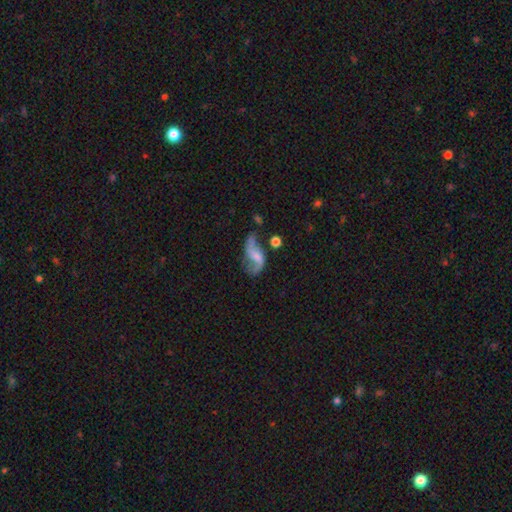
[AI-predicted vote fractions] smooth-or-featured: featured or disk: 74% | smooth: 18% | star or artifact: 8%
  disk-edge-on: no: 96% | yes: 4%
    bar: weak: 45% | no: 38% | strong: 17%
    has-spiral-arms: yes: 88% | no: 12%
      spiral-winding: loose: 81% | medium: 16% | tight: 4%
      spiral-arm-count: 2: 87% | 1: 6% | can't tell: 4% | 3: 1% | 4: 1% | more than 4: 1%
    bulge-size: small: 40% | none: 27% | moderate: 27% | large: 4% | dominant: 1%
  merging: none: 44% | major disturbance: 23% | minor disturbance: 23% | merger: 11%